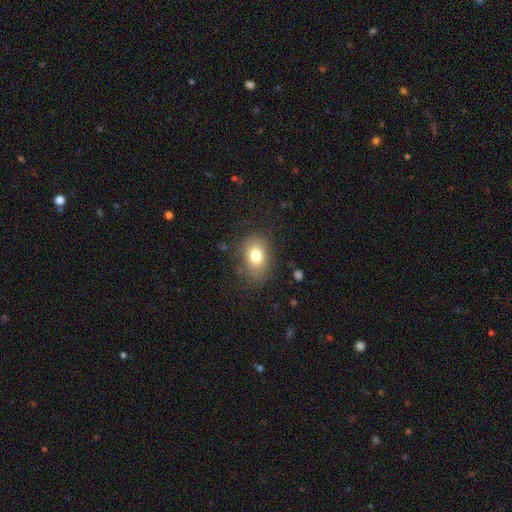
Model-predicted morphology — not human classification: This is likely a smooth galaxy (77%). How rounded: likely in between (69%). Merging: likely none (77%).